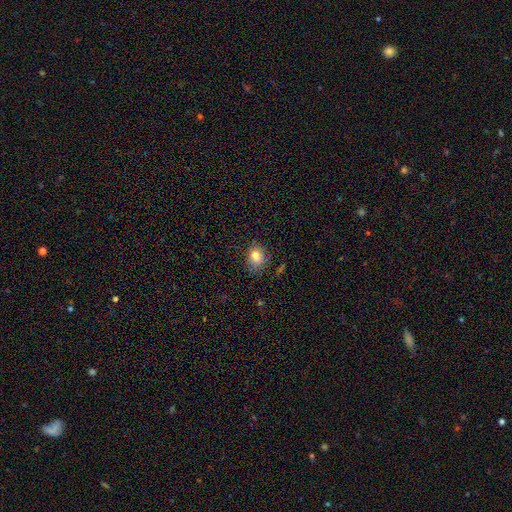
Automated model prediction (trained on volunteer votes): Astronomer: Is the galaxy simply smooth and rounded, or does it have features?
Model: smooth — 77%.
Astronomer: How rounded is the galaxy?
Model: round — 56% (runner-up: in between, 43%).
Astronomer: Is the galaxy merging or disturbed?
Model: none — 77%.